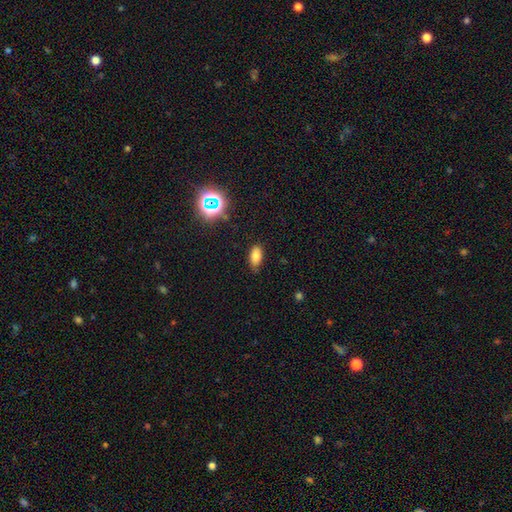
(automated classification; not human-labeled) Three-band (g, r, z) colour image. It shows a smooth galaxy with no disk features (78%) that is in between round and cigar-shaped (91%). Merging: none (79%).